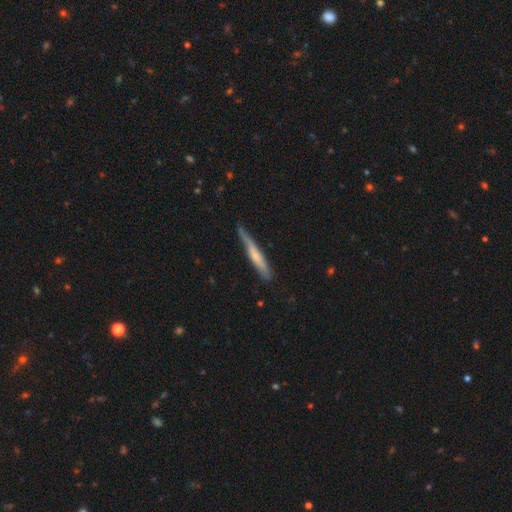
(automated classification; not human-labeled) A smooth galaxy with no disk features (53%) that is cigar-shaped (95%). Merging: none (69%).